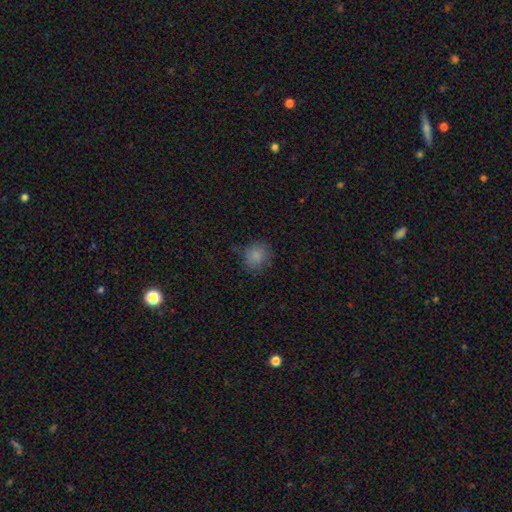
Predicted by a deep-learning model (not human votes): Smooth or featured: smooth — 80% (star or artifact — 12%)
How rounded: round — 80% (in between — 19%)
Merging: none — 67% (minor disturbance — 22%)